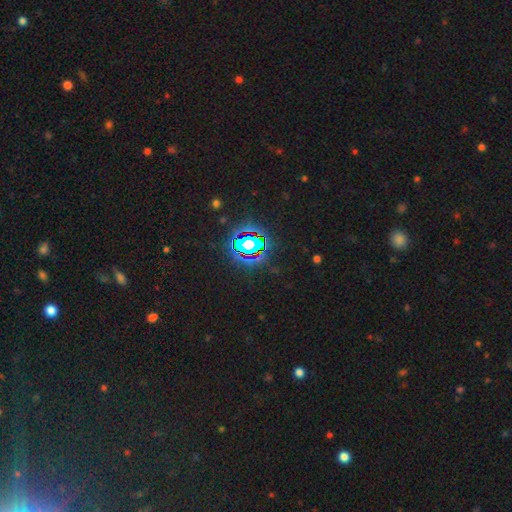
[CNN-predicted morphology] This appears to be a star or artifact, not a galaxy (84%).